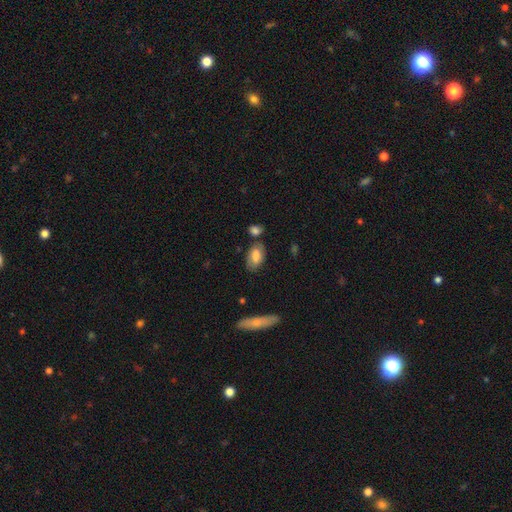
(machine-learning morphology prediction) The model was most divided on "merging": none: 68%, minor disturbance: 18%, merger: 9%, major disturbance: 5%. More confident: how rounded — in between (92%); smooth or featured — smooth (74%).